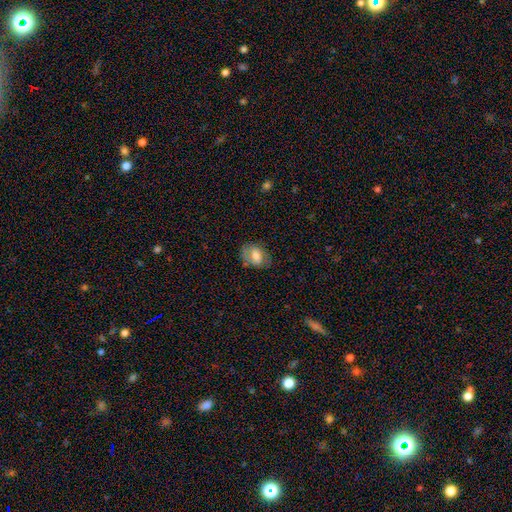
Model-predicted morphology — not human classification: This is likely a smooth galaxy (65%). How rounded: likely in between (76%). Merging: likely none (66%).